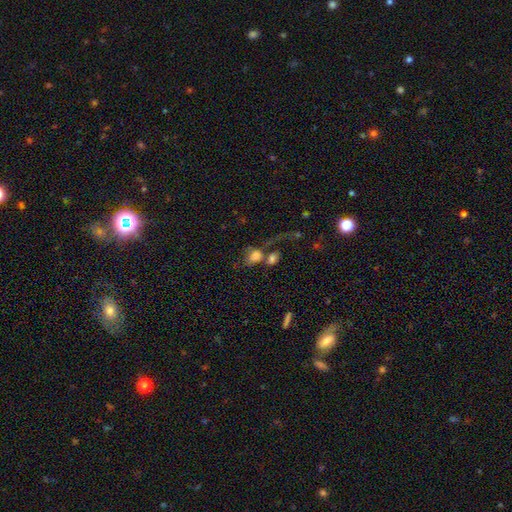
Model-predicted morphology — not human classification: A smooth galaxy with no disk features (68%) that is in between round and cigar-shaped (63%). Merging: merger (54%).